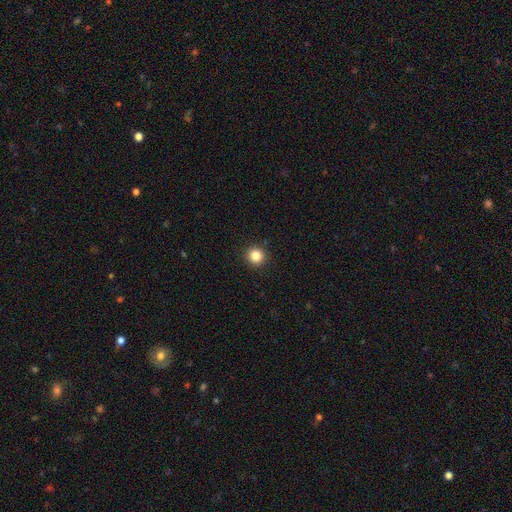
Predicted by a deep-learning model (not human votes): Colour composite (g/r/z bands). It shows a smooth galaxy with no disk features (84%) that is round (94%). Merging: none (92%).